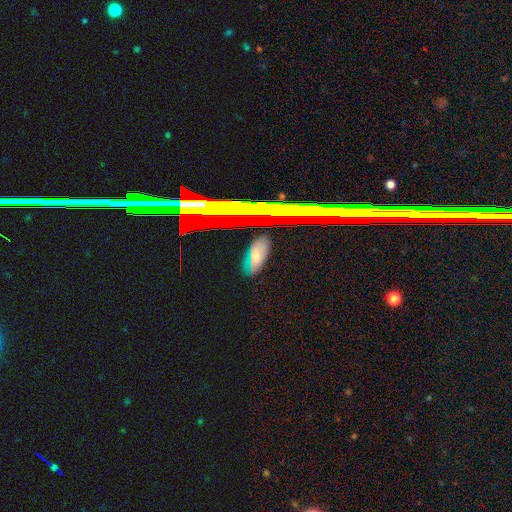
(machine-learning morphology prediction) smooth-or-featured: smooth: 59% | featured or disk: 25% | star or artifact: 16%
  how-rounded: in between: 84% | cigar-shaped: 12% | round: 4%
  merging: none: 77% | minor disturbance: 16% | major disturbance: 4% | merger: 2%